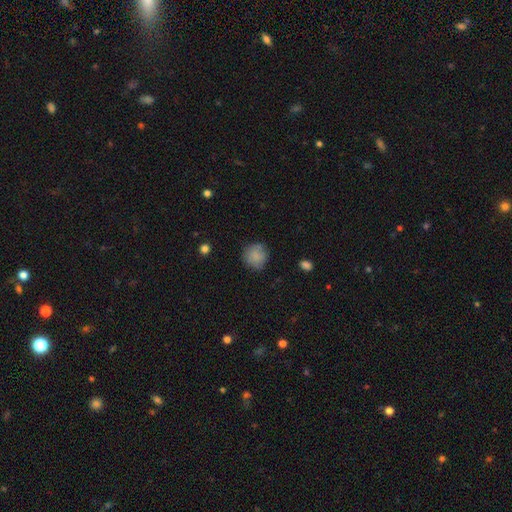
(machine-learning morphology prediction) smooth_or_featured: smooth (p=0.84) [alt: star or artifact p=0.09]
how_rounded: round (p=0.90) [alt: in between p=0.09]
merging: none (p=0.80) [alt: minor disturbance p=0.15]